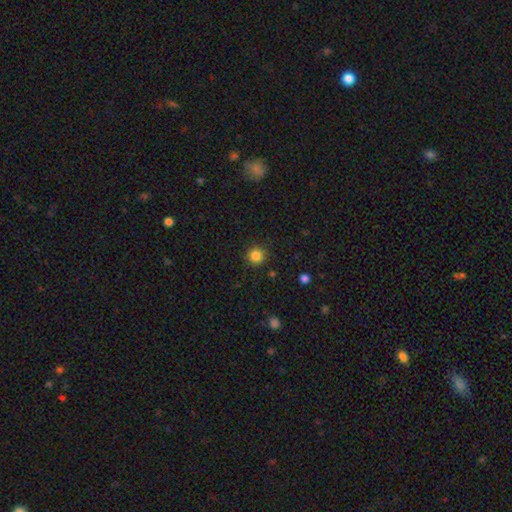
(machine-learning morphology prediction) Smooth or featured?
  - smooth: 85% *
  - star or artifact: 11%
  - featured or disk: 4%
How rounded?
  - round: 94% *
  - in between: 5%
  - cigar-shaped: 1%
Merging?
  - none: 90% *
  - minor disturbance: 6%
  - major disturbance: 2%
  - merger: 1%